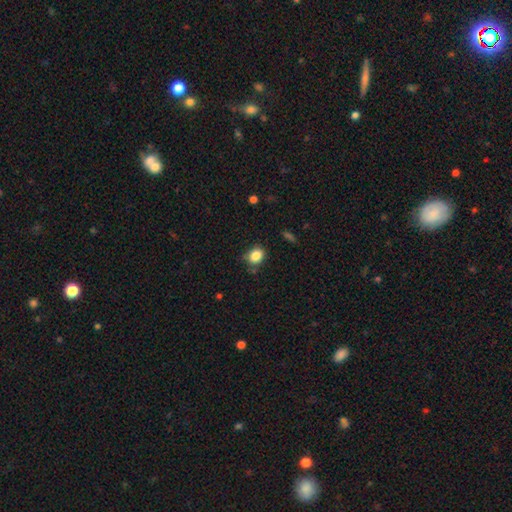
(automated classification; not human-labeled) A smooth galaxy with no disk features (85%) that is round (51%).

Vote fractions:
- Smooth or featured? smooth: 85% / star or artifact: 10% / featured or disk: 5%
- How rounded? round: 51% / in between: 48% / cigar-shaped: 1%
- Merging? none: 75% / minor disturbance: 19% / major disturbance: 4% / merger: 3%